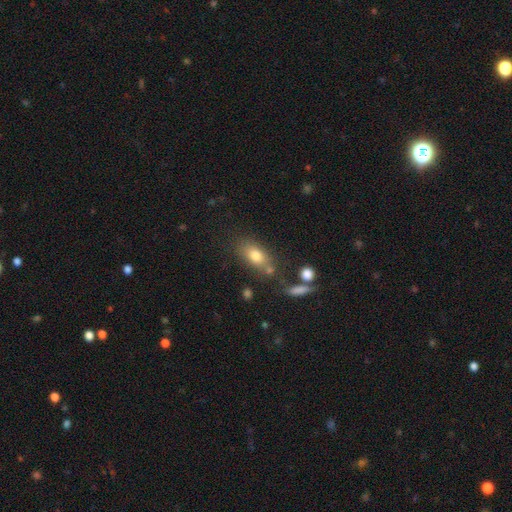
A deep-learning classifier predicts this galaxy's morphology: smooth 76%, featured or disk 14%, star or artifact 10%. Down the decision tree: how rounded — in between (80%); merging — none (64%).